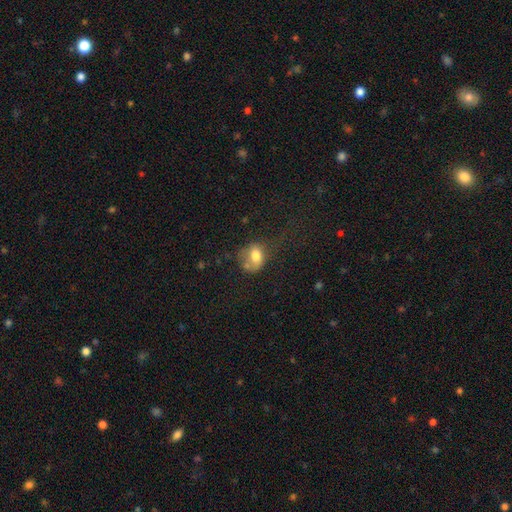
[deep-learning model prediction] This is likely a smooth galaxy (69%). How rounded: likely in between (63%). Merging: marginally major disturbance (32%).